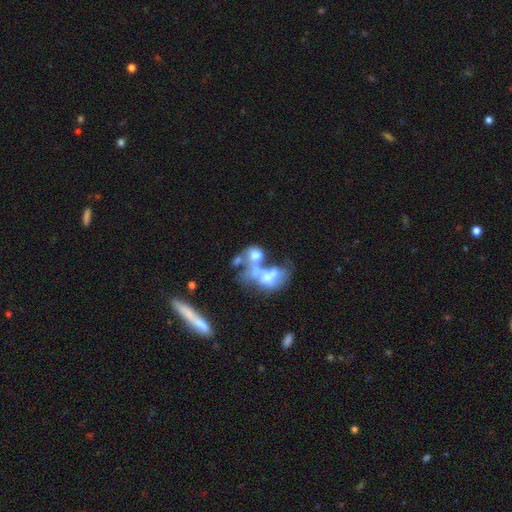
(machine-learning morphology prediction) The model was most divided on "smooth or featured": featured or disk: 46%, smooth: 41%, star or artifact: 14%. More confident: merging — merger (64%).